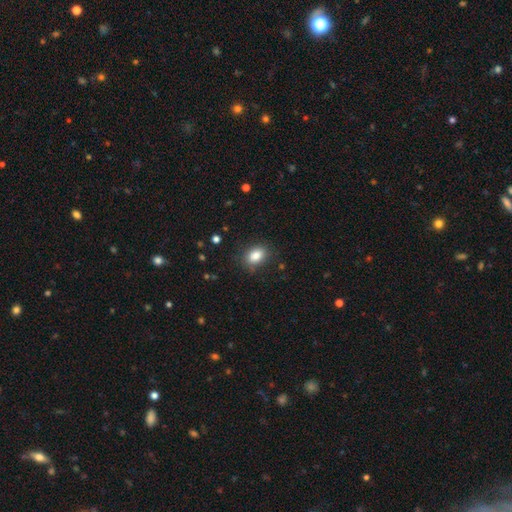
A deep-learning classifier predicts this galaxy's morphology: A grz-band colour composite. It shows a smooth galaxy with no disk features (85%) that is in between round and cigar-shaped (79%). Merging: none (83%).